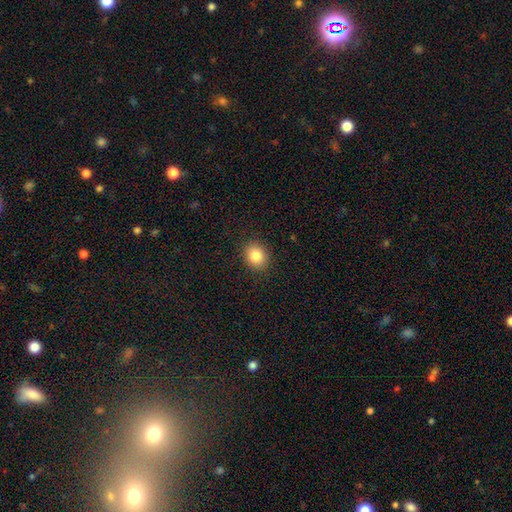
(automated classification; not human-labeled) A smooth galaxy with no disk features (85%) that is round (61%).

Vote fractions:
- Smooth or featured? smooth: 85% / star or artifact: 10% / featured or disk: 6%
- How rounded? round: 61% / in between: 38% / cigar-shaped: 1%
- Merging? none: 90% / minor disturbance: 7% / major disturbance: 2% / merger: 1%